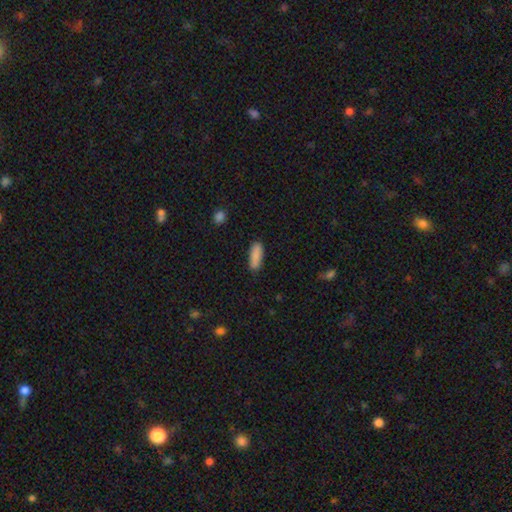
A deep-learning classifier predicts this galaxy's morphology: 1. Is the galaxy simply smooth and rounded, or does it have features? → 87% smooth, 7% star or artifact, 6% featured or disk.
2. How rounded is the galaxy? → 58% in between, 40% cigar-shaped, 2% round.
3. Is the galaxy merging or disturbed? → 82% none, 14% minor disturbance, 3% major disturbance, 2% merger.